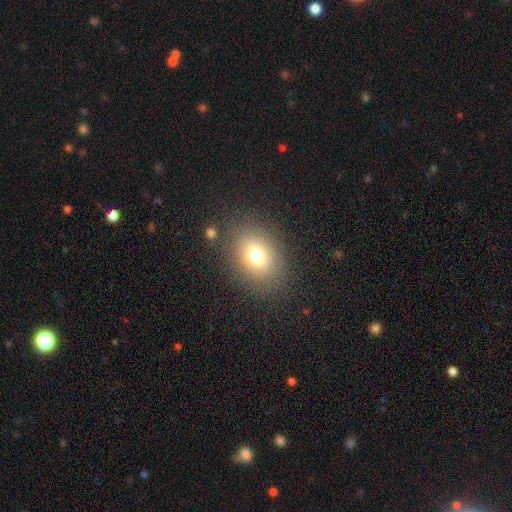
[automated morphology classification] Smooth or featured? smooth (73%)
How rounded? in between (65%)
Merging? none (82%)